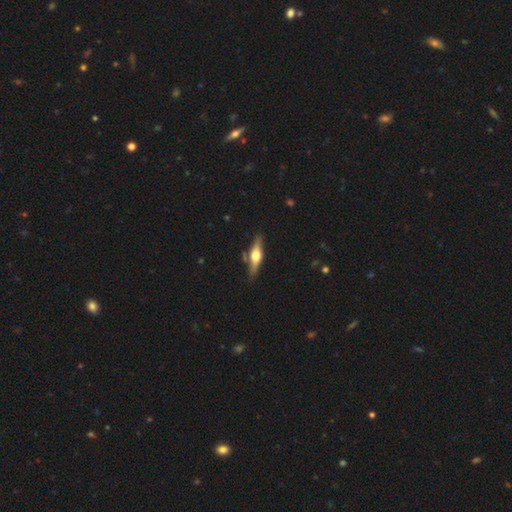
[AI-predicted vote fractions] This appears to be a featured or disk galaxy (64%) viewed edge-on (94%) with a rounded central bulge (94%). Merging: none (81%).